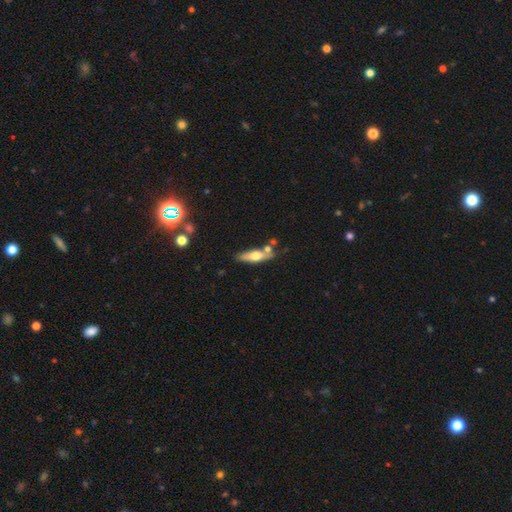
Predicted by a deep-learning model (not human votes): A smooth galaxy with no disk features (47%). Merging: none (69%).